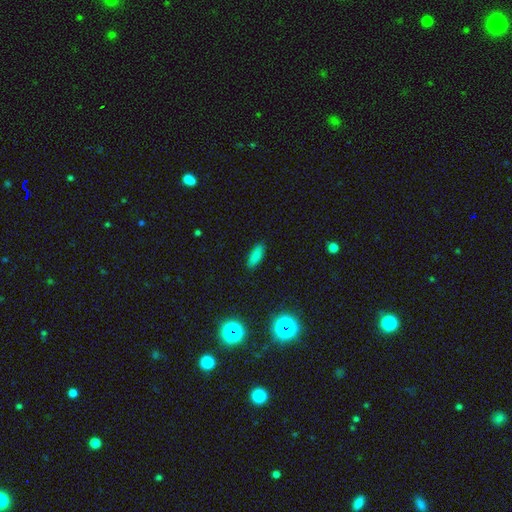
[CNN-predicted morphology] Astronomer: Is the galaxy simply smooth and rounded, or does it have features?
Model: smooth — 83%.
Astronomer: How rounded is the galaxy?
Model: in between — 68%.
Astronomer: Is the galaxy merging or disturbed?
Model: none — 88%.